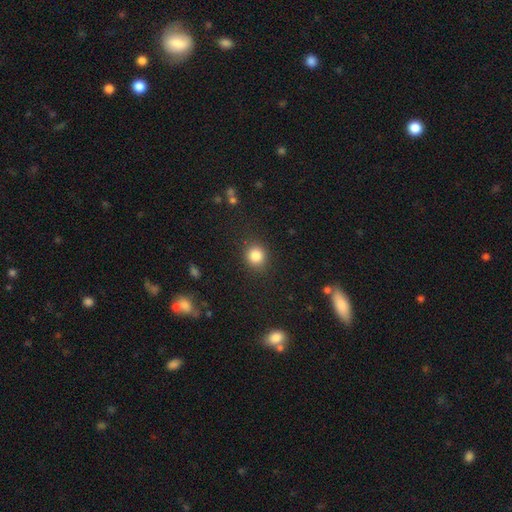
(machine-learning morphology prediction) This is clearly a smooth galaxy (84%). How rounded: clearly round (83%). Merging: clearly none (87%).